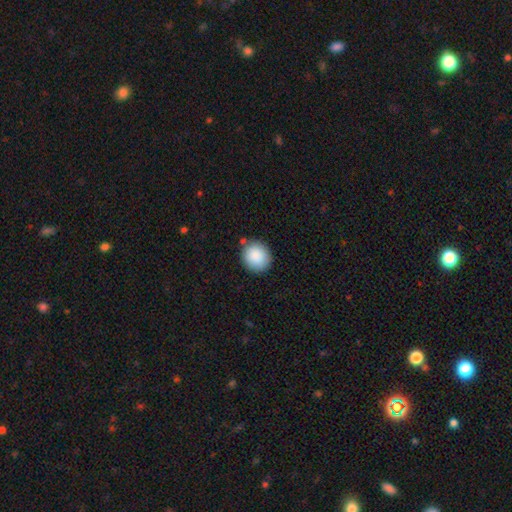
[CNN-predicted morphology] Smooth or featured? smooth (88%)
How rounded? round (84%)
Merging? none (83%)